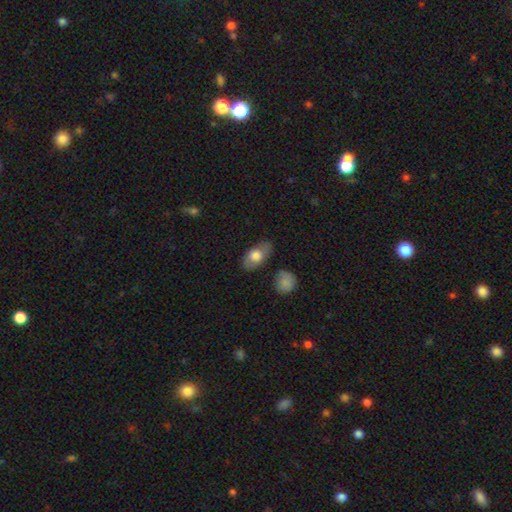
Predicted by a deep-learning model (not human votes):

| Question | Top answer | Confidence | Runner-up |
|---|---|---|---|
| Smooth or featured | smooth | 70% | featured or disk (24%) |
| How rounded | in between | 88% | round (8%) |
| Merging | none | 76% | minor disturbance (17%) |